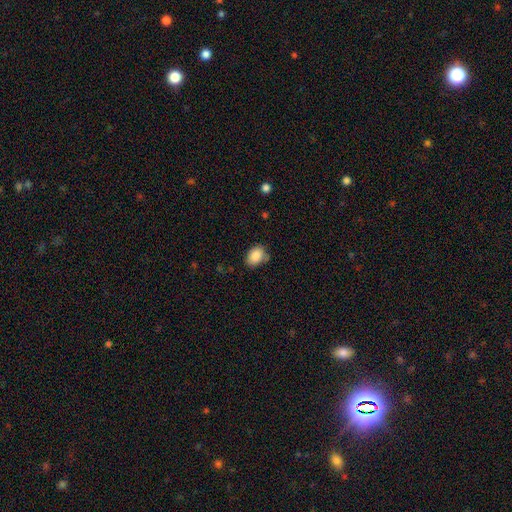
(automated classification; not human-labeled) smooth-or-featured: smooth: 87% | star or artifact: 8% | featured or disk: 5%
  how-rounded: in between: 74% | round: 25% | cigar-shaped: 1%
  merging: none: 67% | minor disturbance: 23% | major disturbance: 5% | merger: 5%